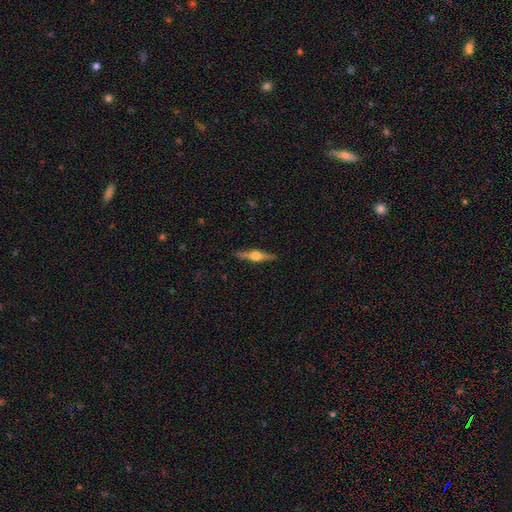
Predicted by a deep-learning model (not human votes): A featured or disk galaxy (76%) viewed edge-on (98%) with a rounded central bulge (94%). Merging: none (91%).